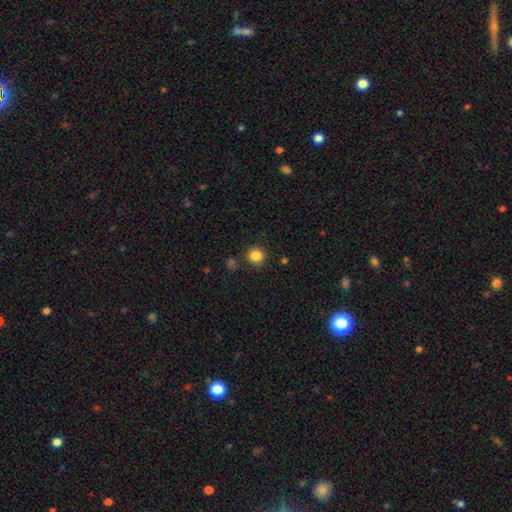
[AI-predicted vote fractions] smooth-or-featured: smooth: 84% | star or artifact: 12% | featured or disk: 4%
  how-rounded: round: 92% | in between: 7% | cigar-shaped: 1%
  merging: none: 87% | minor disturbance: 8% | merger: 3% | major disturbance: 2%